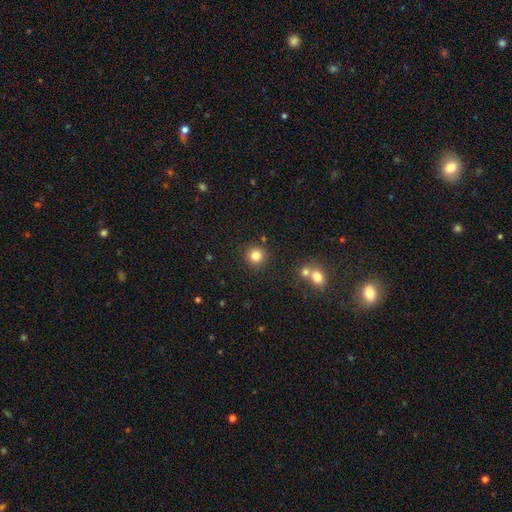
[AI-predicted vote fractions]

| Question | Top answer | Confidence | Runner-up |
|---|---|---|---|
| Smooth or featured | smooth | 82% | star or artifact (12%) |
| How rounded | round | 93% | in between (6%) |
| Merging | none | 86% | minor disturbance (7%) |